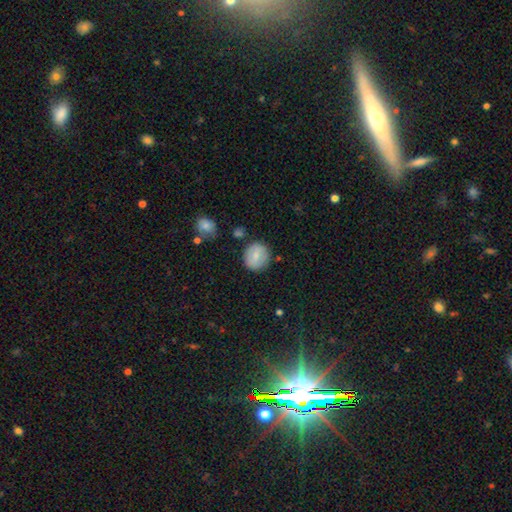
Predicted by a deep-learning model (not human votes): The model was most divided on "smooth or featured": smooth: 77%, featured or disk: 16%, star or artifact: 8%. More confident: how rounded — round (84%); merging — none (82%).